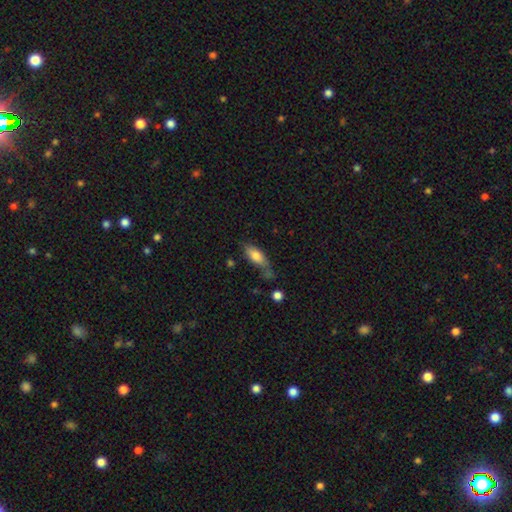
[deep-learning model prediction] Morphology: type=smooth (73%); roundness=in between (74%); merging=none (48%).